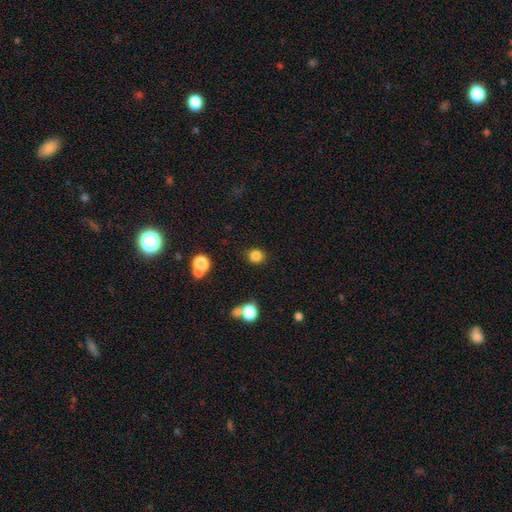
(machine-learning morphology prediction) A smooth galaxy with no disk features (83%) that is round (86%). Merging: none (86%).